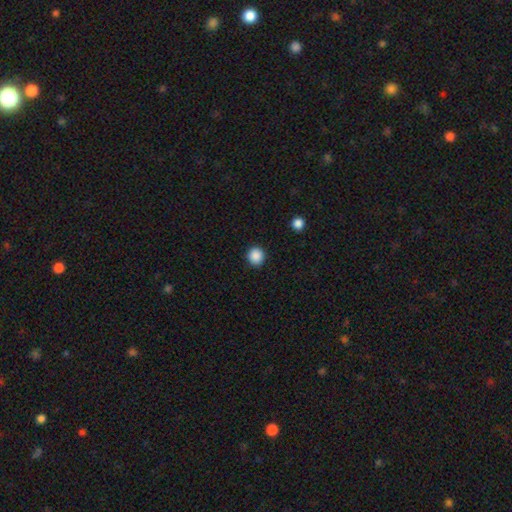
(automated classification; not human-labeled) Q: Smooth or featured?
A: smooth (88%); runner-up: star or artifact (9%)
Q: How rounded?
A: round (93%); runner-up: in between (6%)
Q: Merging?
A: none (92%); runner-up: minor disturbance (5%)